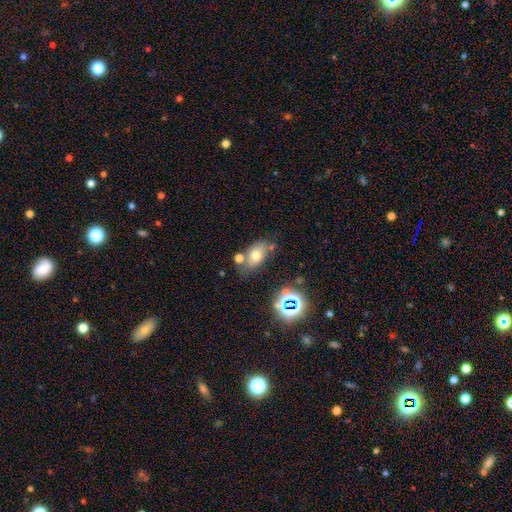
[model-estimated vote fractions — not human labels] smooth_or_featured: smooth (p=0.65) [alt: featured or disk p=0.19]
how_rounded: in between (p=0.83) [alt: round p=0.15]
merging: none (p=0.60) [alt: minor disturbance p=0.17]